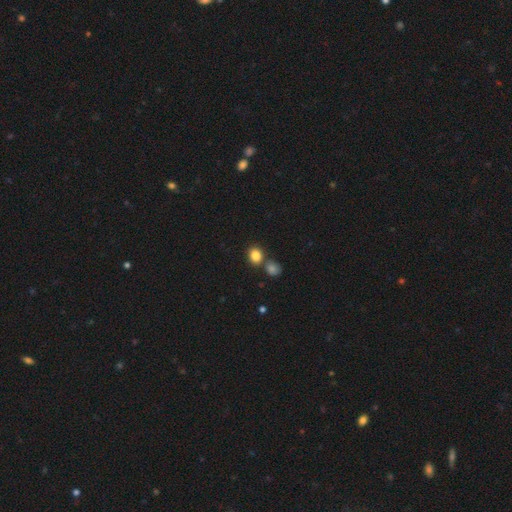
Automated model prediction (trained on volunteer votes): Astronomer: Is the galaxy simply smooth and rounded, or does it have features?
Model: smooth — 84%.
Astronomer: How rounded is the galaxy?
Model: round — 65%.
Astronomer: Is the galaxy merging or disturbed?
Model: none — 62%.